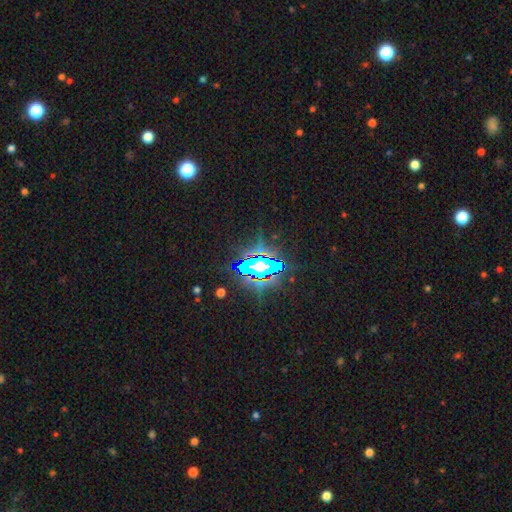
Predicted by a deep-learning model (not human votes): smooth-or-featured: star or artifact: 78% | smooth: 12% | featured or disk: 10%